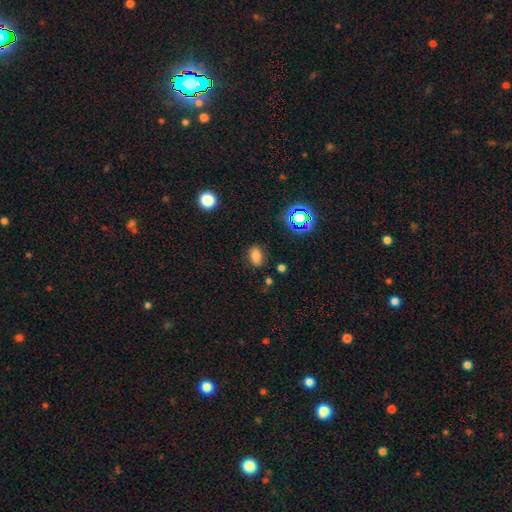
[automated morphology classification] Q: Smooth or featured?
A: smooth (76%); runner-up: star or artifact (18%)
Q: How rounded?
A: in between (84%); runner-up: round (14%)
Q: Merging?
A: none (83%); runner-up: minor disturbance (12%)